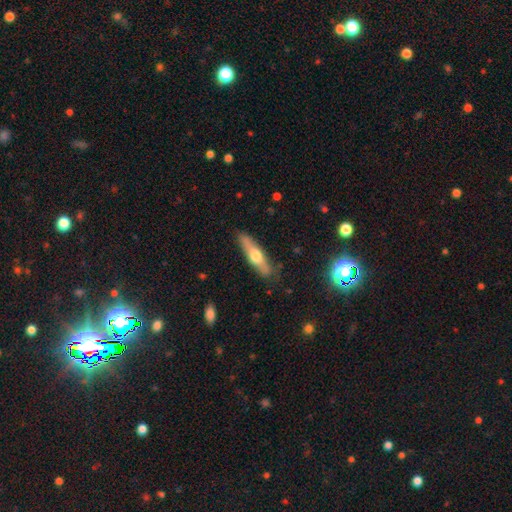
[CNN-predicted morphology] smooth-or-featured: smooth: 51% | featured or disk: 43% | star or artifact: 6%
  how-rounded: cigar-shaped: 74% | in between: 24% | round: 2%
  merging: none: 82% | minor disturbance: 13% | major disturbance: 3% | merger: 2%